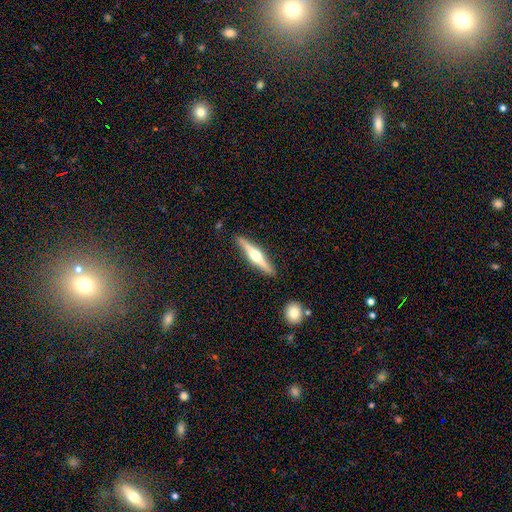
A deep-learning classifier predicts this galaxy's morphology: A featured or disk galaxy (74%) viewed edge-on (98%) with a rounded central bulge (95%).

Vote fractions:
- Smooth or featured? featured or disk: 74% / smooth: 21% / star or artifact: 5%
- Edge-on disk? yes: 98% / no: 2%
- Edge-on bulge? rounded: 95% / boxy: 3% / none: 2%
- Merging? none: 89% / minor disturbance: 8% / merger: 2% / major disturbance: 2%